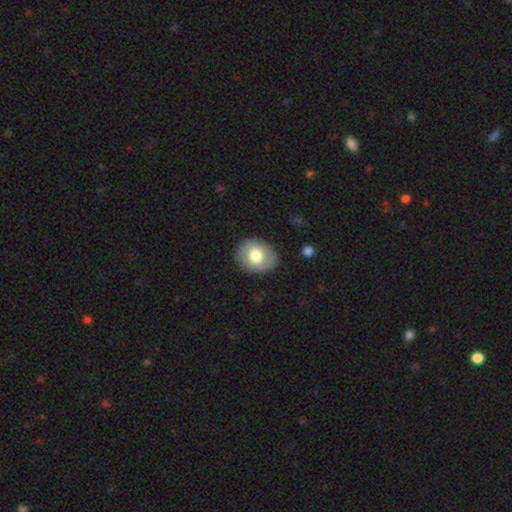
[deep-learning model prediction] Overall: smooth (67%). How rounded: round (59%; in between 40%). Merging: none (85%).